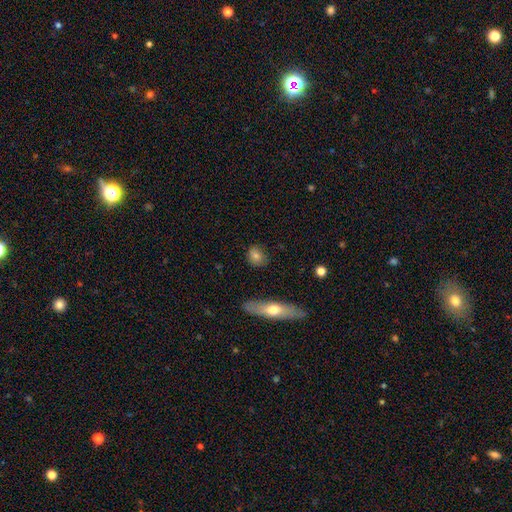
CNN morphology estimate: A smooth galaxy with no disk features (76%) that is round (63%).

Vote fractions:
- Smooth or featured? smooth: 76% / featured or disk: 15% / star or artifact: 9%
- How rounded? round: 63% / in between: 32% / cigar-shaped: 4%
- Merging? none: 81% / minor disturbance: 14% / major disturbance: 4% / merger: 2%